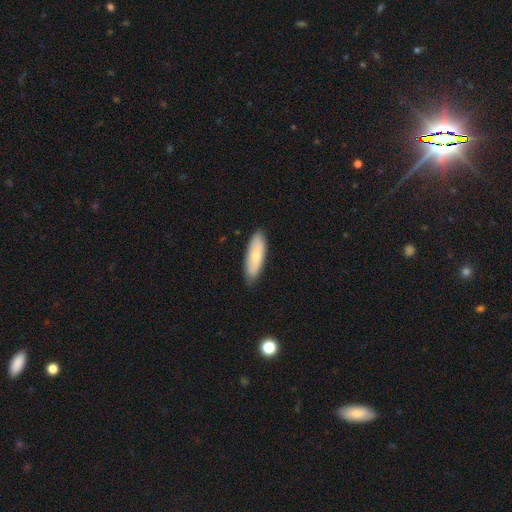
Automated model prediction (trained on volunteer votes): Smooth or featured?
  - smooth: 74% *
  - featured or disk: 20%
  - star or artifact: 5%
How rounded?
  - in between: 57% *
  - cigar-shaped: 41%
  - round: 2%
Merging?
  - none: 83% *
  - minor disturbance: 14%
  - major disturbance: 2%
  - merger: 1%